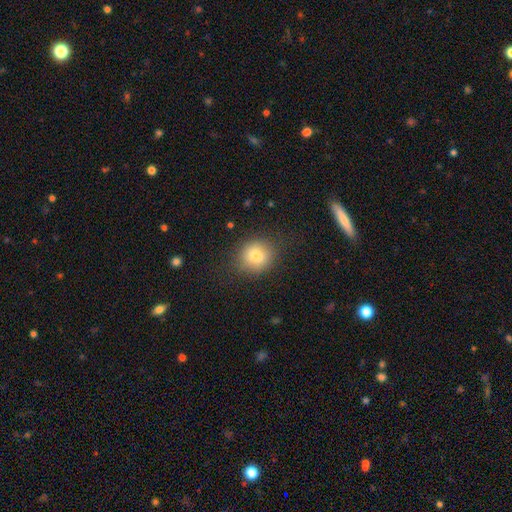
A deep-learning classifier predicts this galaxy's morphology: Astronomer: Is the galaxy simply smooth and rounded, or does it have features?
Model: smooth — 79%.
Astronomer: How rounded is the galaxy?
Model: round — 81%.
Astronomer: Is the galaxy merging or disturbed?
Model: none — 83%.